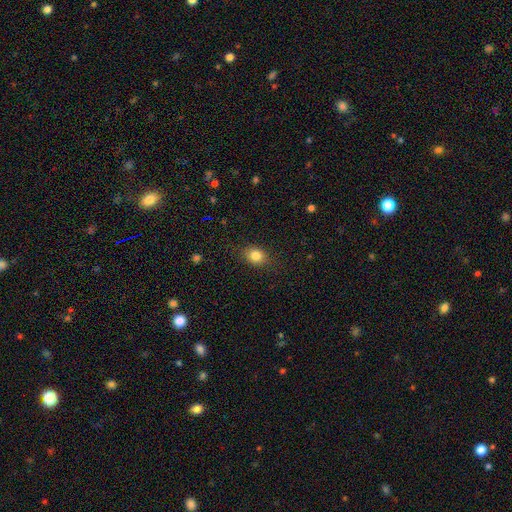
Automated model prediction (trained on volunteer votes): This is clearly a smooth galaxy (83%). How rounded: possibly round (52%). Merging: clearly none (83%).